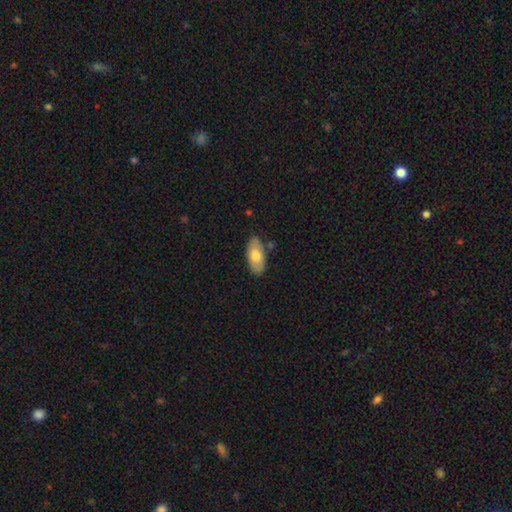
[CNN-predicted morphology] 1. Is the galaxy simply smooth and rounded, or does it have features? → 72% smooth, 22% featured or disk, 6% star or artifact.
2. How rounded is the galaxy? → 91% in between, 6% cigar-shaped, 3% round.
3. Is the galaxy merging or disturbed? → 81% none, 13% minor disturbance, 4% merger, 2% major disturbance.